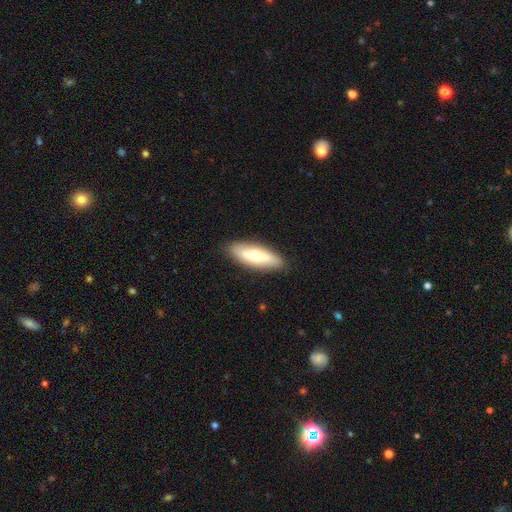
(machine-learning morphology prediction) smooth_or_featured: smooth (p=0.61) [alt: featured or disk p=0.33]
how_rounded: in between (p=0.61) [alt: cigar-shaped p=0.36]
merging: none (p=0.87) [alt: minor disturbance p=0.10]